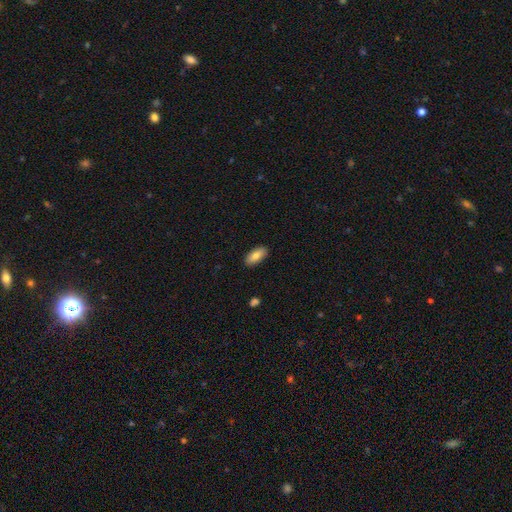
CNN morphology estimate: Overall: smooth (80%). How rounded: in between (87%). Merging: none (89%).